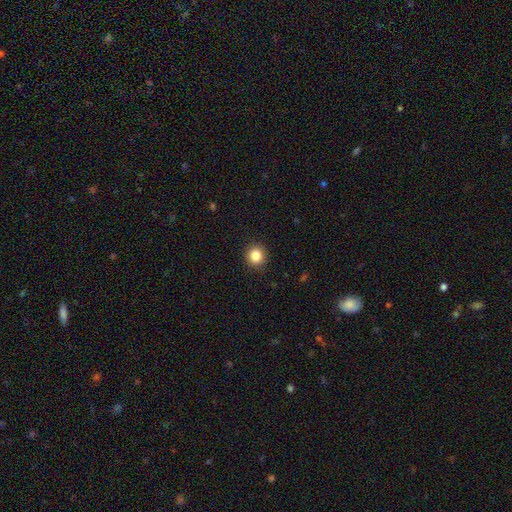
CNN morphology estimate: This appears to be a smooth galaxy with no disk features (85%) that is round (90%). Merging: none (91%).